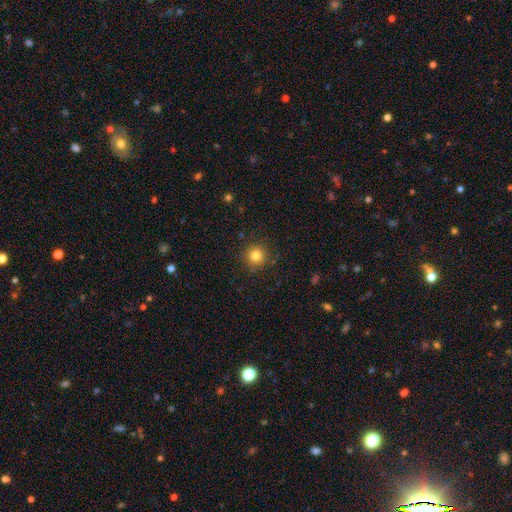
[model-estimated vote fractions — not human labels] Smooth or featured?
  - smooth: 81% *
  - star or artifact: 12%
  - featured or disk: 6%
How rounded?
  - round: 95% *
  - in between: 4%
  - cigar-shaped: 1%
Merging?
  - none: 89% *
  - minor disturbance: 7%
  - major disturbance: 2%
  - merger: 1%